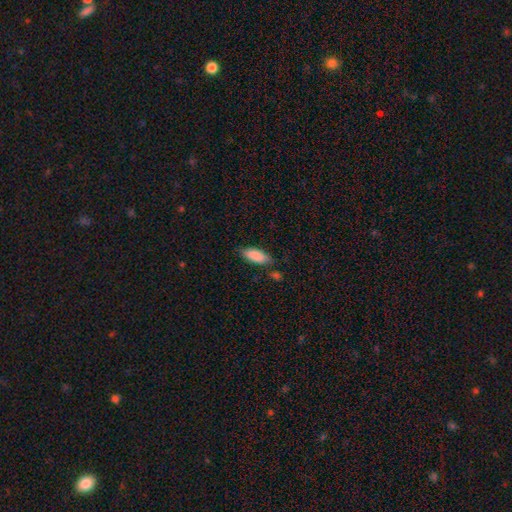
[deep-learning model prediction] smooth 86%, featured or disk 8%, star or artifact 6%. Down the decision tree: how rounded — in between (77%); merging — none (72%).